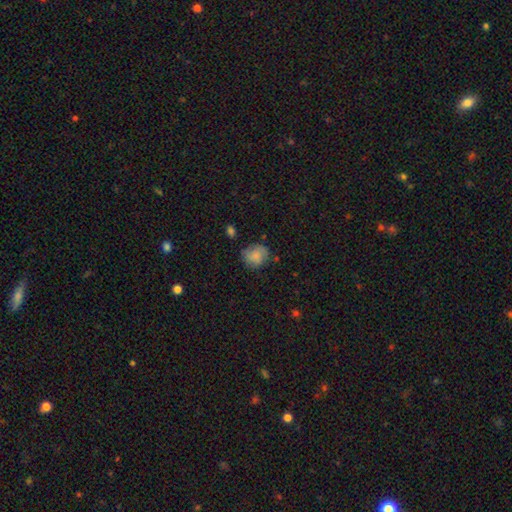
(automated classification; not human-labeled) A smooth galaxy with no disk features (78%) that is round (72%).

Vote fractions:
- Smooth or featured? smooth: 78% / featured or disk: 13% / star or artifact: 9%
- How rounded? round: 72% / in between: 27% / cigar-shaped: 1%
- Merging? none: 65% / minor disturbance: 26% / major disturbance: 7% / merger: 3%